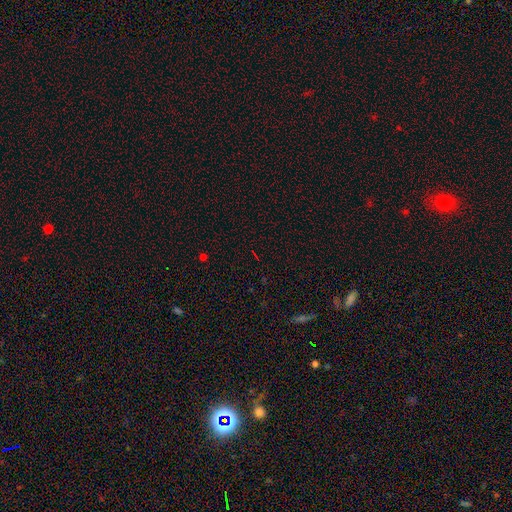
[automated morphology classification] type=star or artifact (72%).